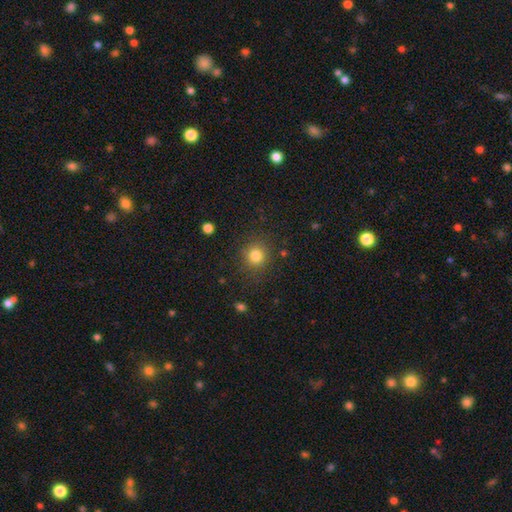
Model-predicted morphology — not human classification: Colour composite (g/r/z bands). It shows a smooth galaxy with no disk features (81%) that is round (89%). Merging: none (86%).